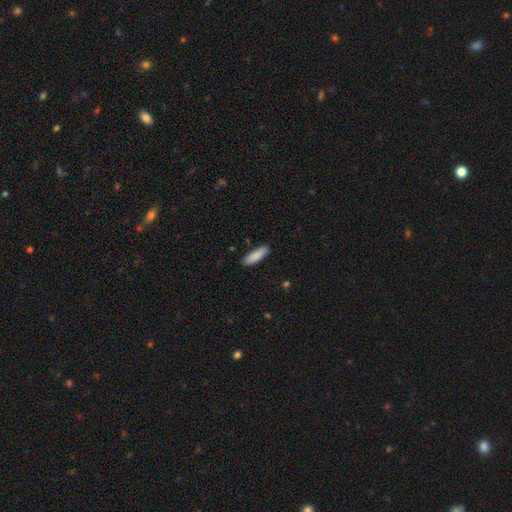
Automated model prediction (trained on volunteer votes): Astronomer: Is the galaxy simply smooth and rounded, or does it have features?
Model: smooth — 88%.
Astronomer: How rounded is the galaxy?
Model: cigar-shaped — 53% (runner-up: in between, 46%).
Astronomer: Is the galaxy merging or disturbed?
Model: none — 88%.